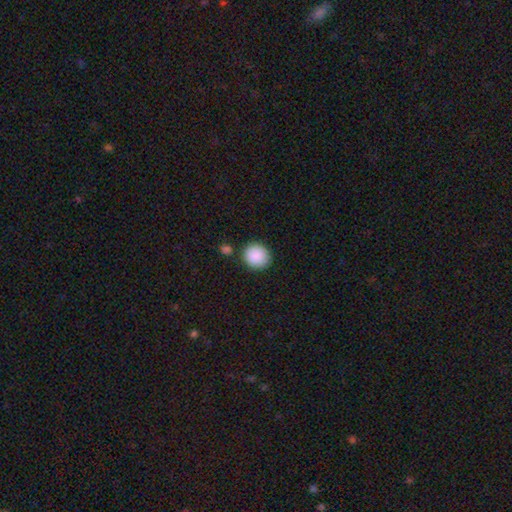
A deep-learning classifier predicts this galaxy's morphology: Overall: smooth (90%). How rounded: round (85%). Merging: none (84%).